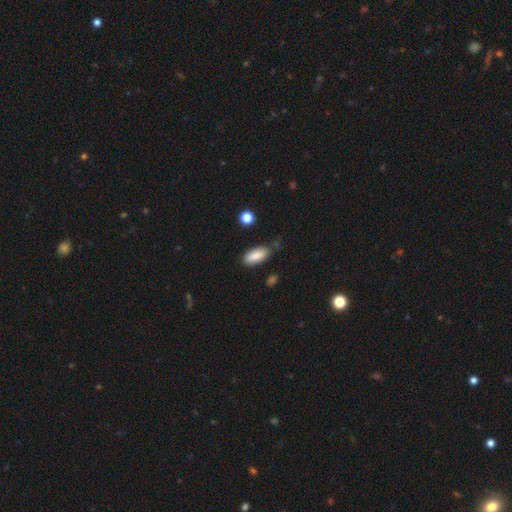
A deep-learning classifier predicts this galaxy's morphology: Smooth or featured: smooth — 87% (star or artifact — 7%)
How rounded: in between — 85% (cigar-shaped — 13%)
Merging: none — 70% (minor disturbance — 21%)